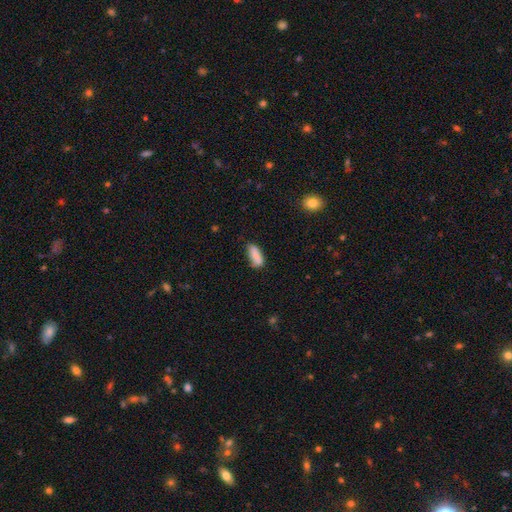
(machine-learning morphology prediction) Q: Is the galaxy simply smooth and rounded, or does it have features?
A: smooth — 84%.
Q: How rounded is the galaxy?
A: in between — 74%.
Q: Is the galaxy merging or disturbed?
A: none — 63%.